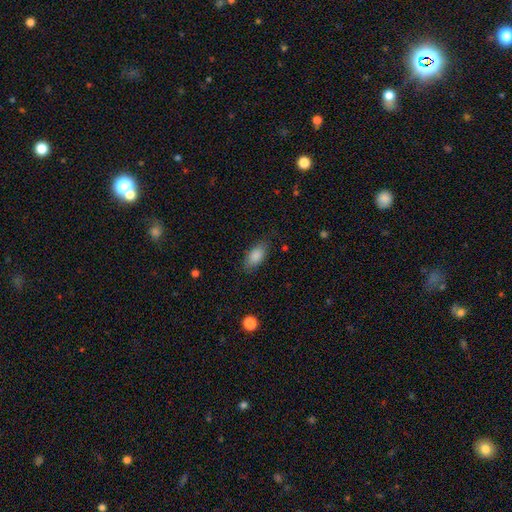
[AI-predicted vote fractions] A smooth galaxy with no disk features (86%) that is in between round and cigar-shaped (91%).

Vote fractions:
- Smooth or featured? smooth: 86% / featured or disk: 7% / star or artifact: 7%
- How rounded? in between: 91% / cigar-shaped: 6% / round: 4%
- Merging? none: 78% / minor disturbance: 16% / major disturbance: 5% / merger: 1%